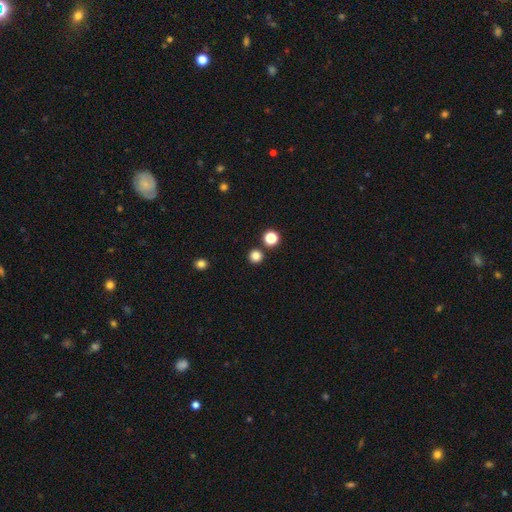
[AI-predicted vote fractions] A smooth galaxy with no disk features (82%) that is round (95%). Merging: none (87%).